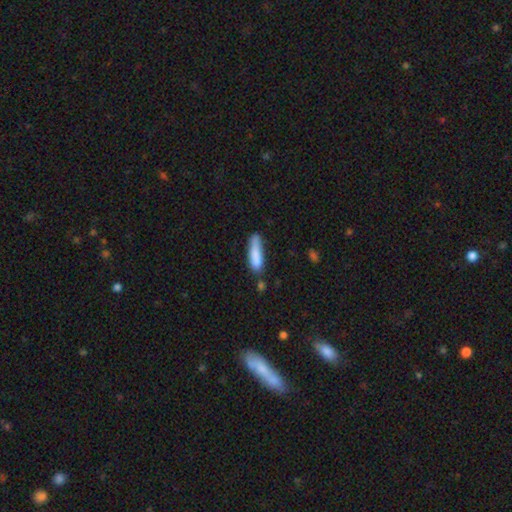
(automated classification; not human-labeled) A smooth galaxy with no disk features (81%) that is cigar-shaped (75%).

Vote fractions:
- Smooth or featured? smooth: 81% / featured or disk: 12% / star or artifact: 7%
- How rounded? cigar-shaped: 75% / in between: 24% / round: 2%
- Merging? none: 54% / minor disturbance: 28% / merger: 9% / major disturbance: 8%